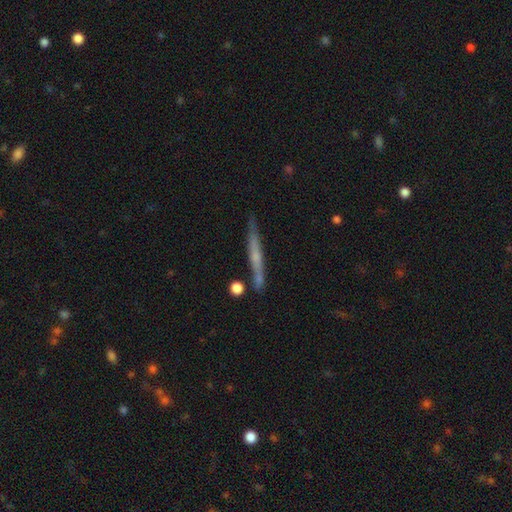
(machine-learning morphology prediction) A featured or disk galaxy (55%) viewed edge-on (95%) with no central bulge (53%).

Vote fractions:
- Smooth or featured? featured or disk: 55% / smooth: 38% / star or artifact: 7%
- Edge-on disk? yes: 95% / no: 5%
- Edge-on bulge? none: 53% / rounded: 39% / boxy: 8%
- Merging? none: 79% / minor disturbance: 13% / merger: 6% / major disturbance: 3%